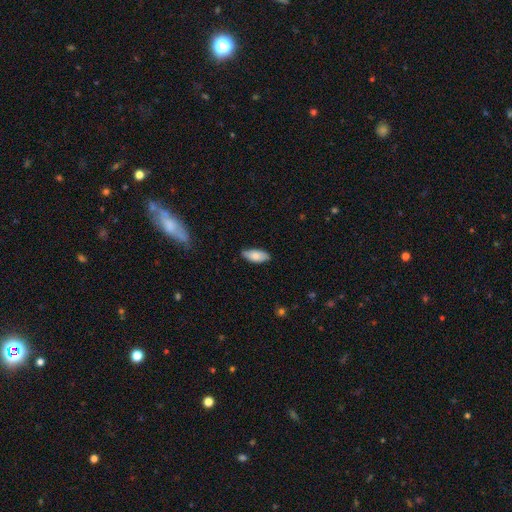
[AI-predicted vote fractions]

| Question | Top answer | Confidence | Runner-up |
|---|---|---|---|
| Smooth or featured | smooth | 79% | featured or disk (14%) |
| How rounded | in between | 88% | cigar-shaped (10%) |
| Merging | none | 82% | minor disturbance (15%) |